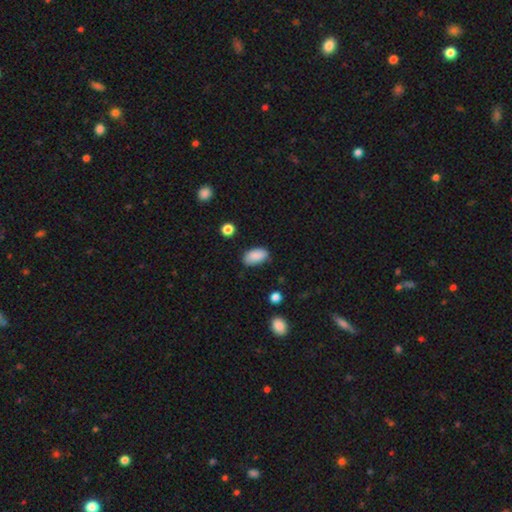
Smooth or featured: smooth — 86% (featured or disk — 8%)
How rounded: in between — 100%
Merging: none — 89% (minor disturbance — 11%)